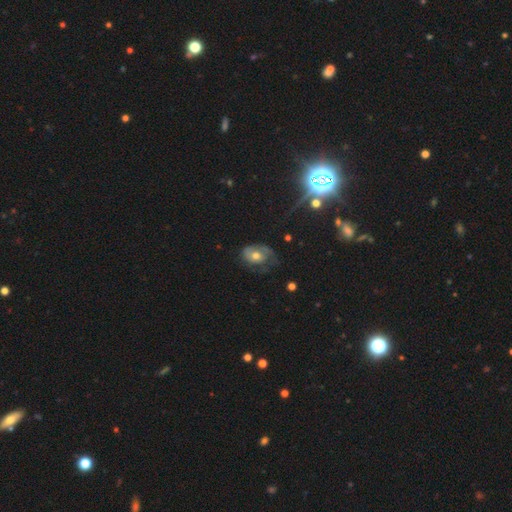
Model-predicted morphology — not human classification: smooth-or-featured: featured or disk: 54% | smooth: 36% | star or artifact: 10%
  disk-edge-on: no: 95% | yes: 5%
    bar: no: 80% | weak: 17% | strong: 4%
    has-spiral-arms: yes: 67% | no: 33%
    bulge-size: moderate: 69% | small: 18% | large: 10% | none: 2% | dominant: 1%
  merging: none: 43% | minor disturbance: 29% | major disturbance: 26% | merger: 2%